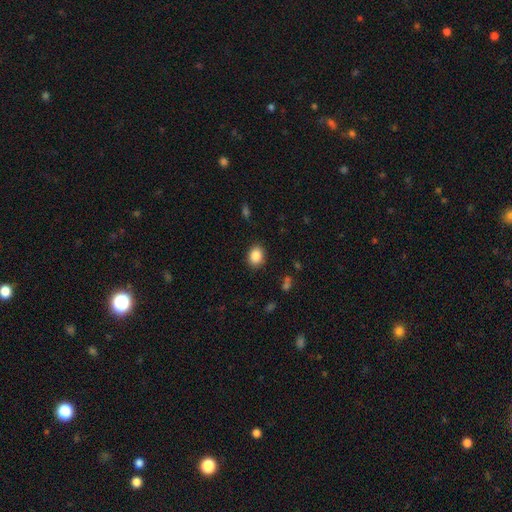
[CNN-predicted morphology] type=smooth (87%); roundness=in between (60%); merging=none (87%).